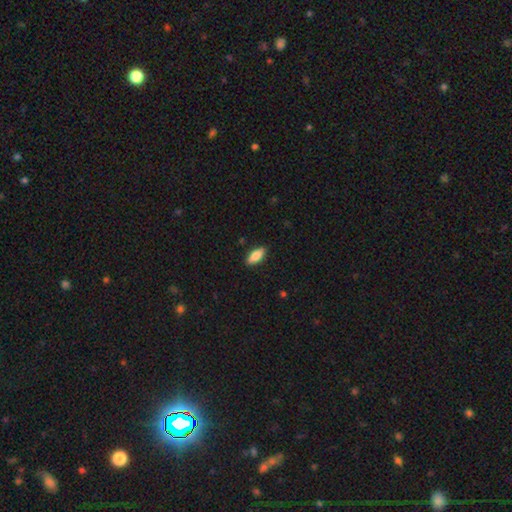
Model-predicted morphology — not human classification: smooth 85%, featured or disk 9%, star or artifact 6%. Down the decision tree: how rounded — in between (84%); merging — none (88%).